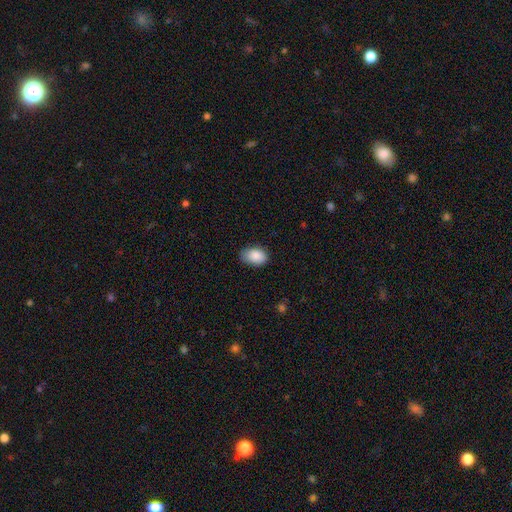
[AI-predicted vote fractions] A smooth galaxy with no disk features (88%) that is in between round and cigar-shaped (88%). Merging: none (77%).